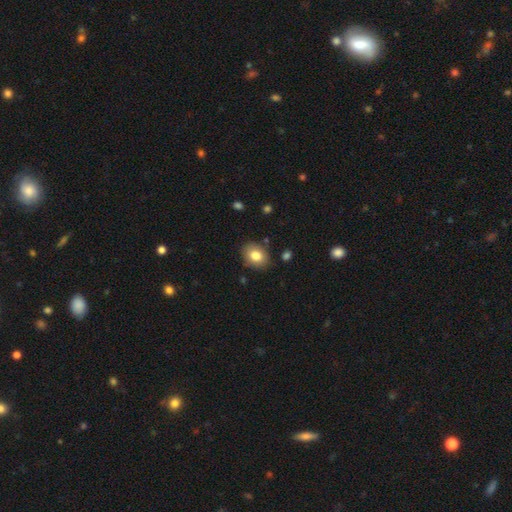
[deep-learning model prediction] smooth 81%, featured or disk 10%, star or artifact 8%. Down the decision tree: how rounded — in between (62%); merging — none (83%).